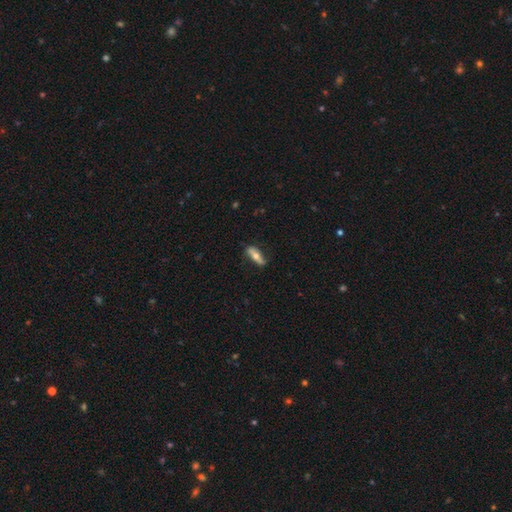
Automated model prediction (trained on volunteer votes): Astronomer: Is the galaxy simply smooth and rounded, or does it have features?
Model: smooth — 51% (runner-up: featured or disk, 43%).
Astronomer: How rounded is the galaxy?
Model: in between — 54% (runner-up: cigar-shaped, 43%).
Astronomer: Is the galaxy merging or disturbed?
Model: none — 74%.